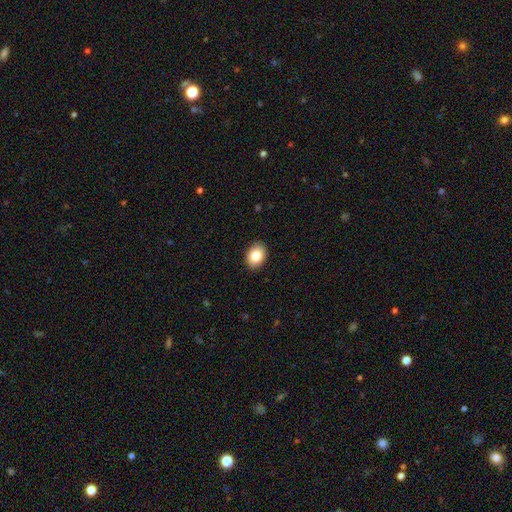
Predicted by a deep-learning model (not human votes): smooth 84%, featured or disk 8%, star or artifact 8%. Down the decision tree: how rounded — in between (73%); merging — none (89%).